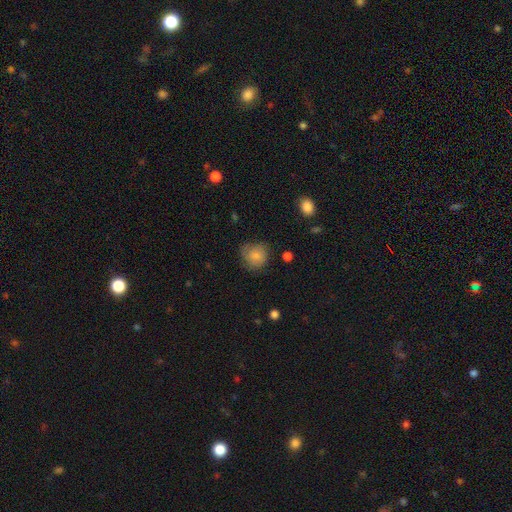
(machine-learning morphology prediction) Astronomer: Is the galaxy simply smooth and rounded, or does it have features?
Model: smooth — 82%.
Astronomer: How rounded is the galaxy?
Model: round — 82%.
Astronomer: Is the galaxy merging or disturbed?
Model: none — 68%.